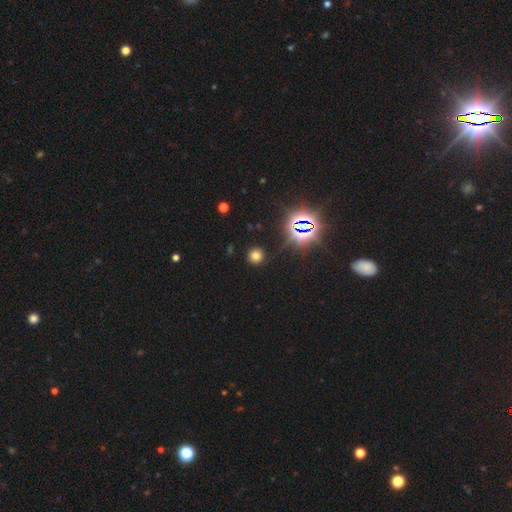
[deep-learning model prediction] Smooth or featured? Predicted: smooth (p=0.67). How rounded? Predicted: round (p=0.93). Merging? Predicted: none (p=0.89).